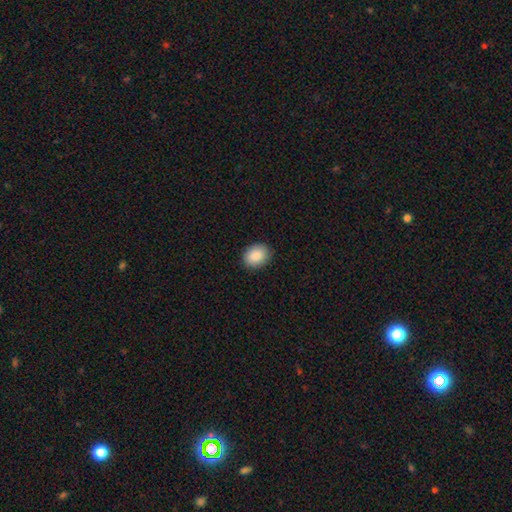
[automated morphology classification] smooth-or-featured: smooth: 89% | star or artifact: 7% | featured or disk: 4%
  how-rounded: in between: 63% | round: 36% | cigar-shaped: 1%
  merging: none: 89% | minor disturbance: 8% | major disturbance: 2% | merger: 1%